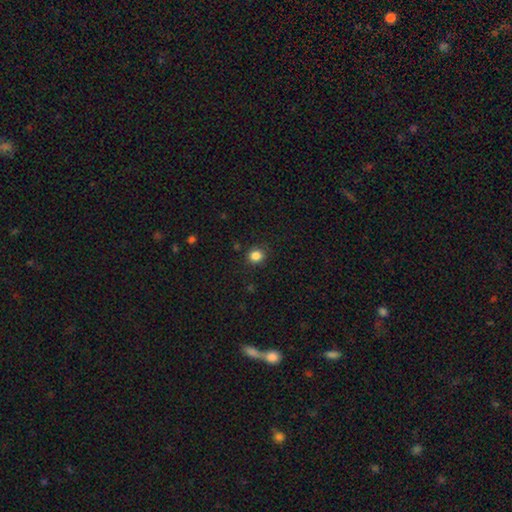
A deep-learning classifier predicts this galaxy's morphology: Q: Smooth or featured?
A: smooth (84%); runner-up: star or artifact (12%)
Q: How rounded?
A: round (81%); runner-up: in between (18%)
Q: Merging?
A: none (88%); runner-up: minor disturbance (8%)